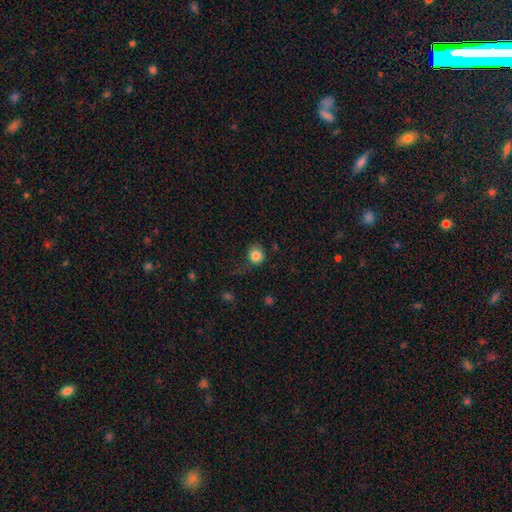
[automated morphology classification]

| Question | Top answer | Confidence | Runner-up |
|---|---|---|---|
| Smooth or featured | smooth | 83% | star or artifact (10%) |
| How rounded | round | 81% | in between (18%) |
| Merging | none | 63% | minor disturbance (24%) |